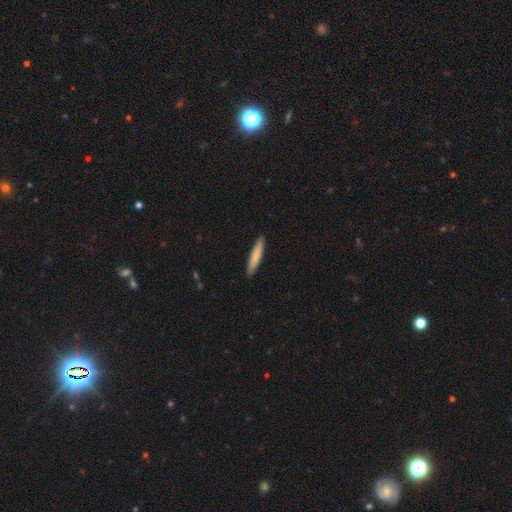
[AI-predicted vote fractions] This appears to be a smooth galaxy with no disk features (78%) that is cigar-shaped (91%). Merging: none (91%).